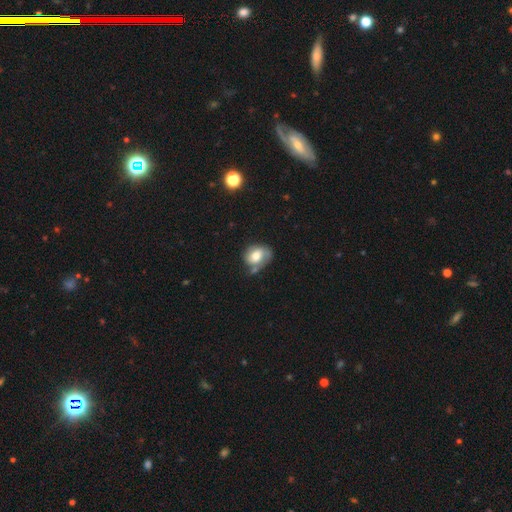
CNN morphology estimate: A smooth galaxy with no disk features (53%) that is in between round and cigar-shaped (50%). Merging: none (45%).